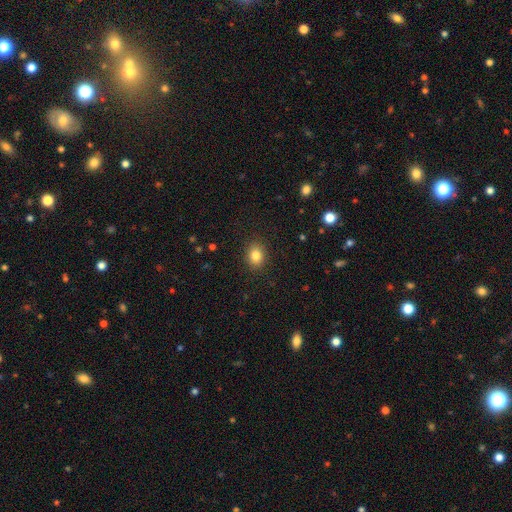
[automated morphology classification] smooth 83%, star or artifact 11%, featured or disk 6%. Down the decision tree: how rounded — round (53%); merging — none (89%).